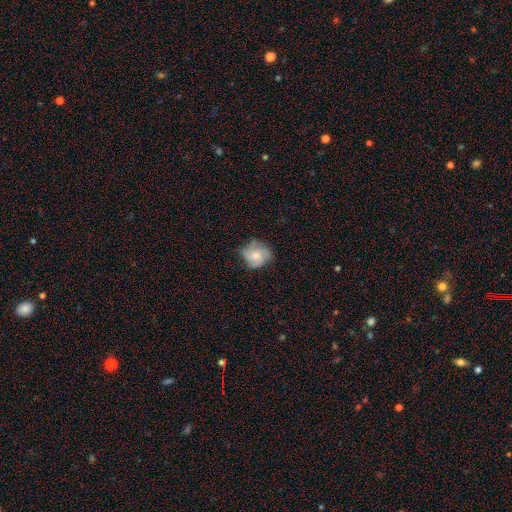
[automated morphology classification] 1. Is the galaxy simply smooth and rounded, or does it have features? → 48% featured or disk, 43% smooth, 9% star or artifact.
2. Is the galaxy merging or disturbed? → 64% none, 26% minor disturbance, 9% major disturbance, 1% merger.